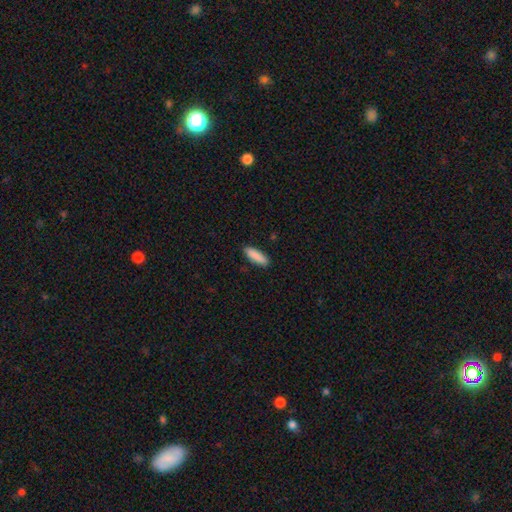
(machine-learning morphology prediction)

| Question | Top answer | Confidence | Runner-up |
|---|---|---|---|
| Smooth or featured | smooth | 89% | star or artifact (6%) |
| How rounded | cigar-shaped | 57% | in between (41%) |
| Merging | none | 88% | minor disturbance (9%) |